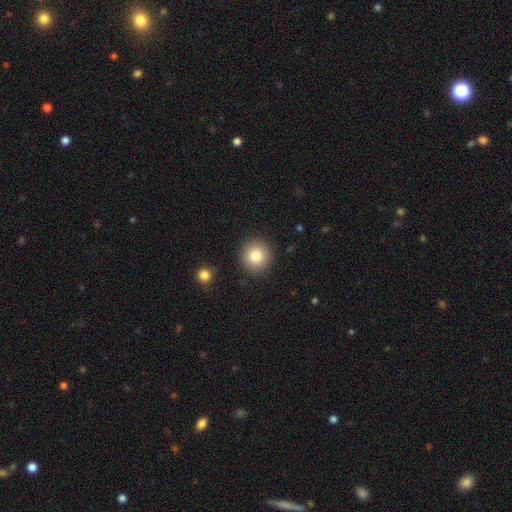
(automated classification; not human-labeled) Overall: smooth (82%). How rounded: round (94%). Merging: none (90%).